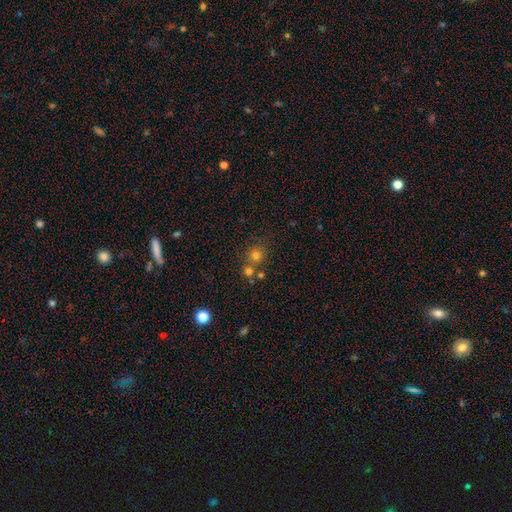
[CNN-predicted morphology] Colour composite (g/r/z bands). It shows a smooth galaxy with no disk features (67%) that is round (88%). Merging: none (63%).